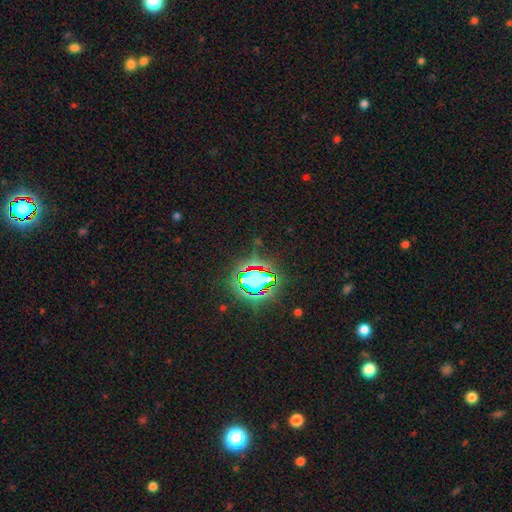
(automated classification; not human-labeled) The model was most divided on "smooth or featured": star or artifact: 81%, smooth: 11%, featured or disk: 8%.